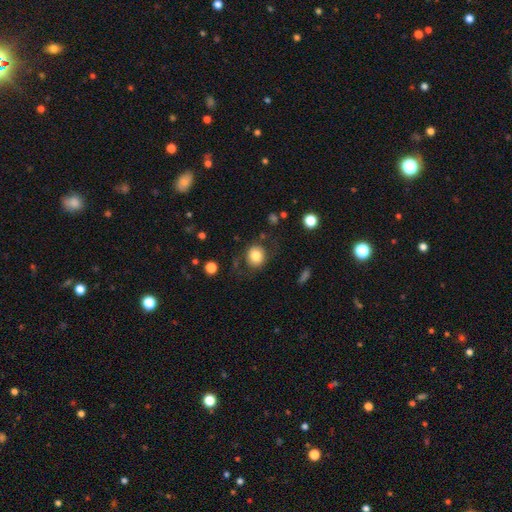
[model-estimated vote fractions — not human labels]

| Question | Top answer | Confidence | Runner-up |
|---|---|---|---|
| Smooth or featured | smooth | 80% | featured or disk (10%) |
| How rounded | round | 80% | in between (19%) |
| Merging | none | 77% | minor disturbance (13%) |